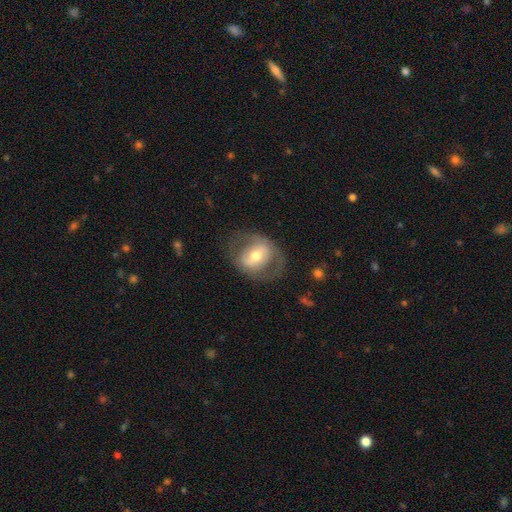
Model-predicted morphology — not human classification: featured or disk 57%, smooth 36%, star or artifact 7%. Down the decision tree: edge-on disk — no (94%); bar — weak (34%); spiral arms — no (59%); bulge size — moderate (65%); merging — none (66%).